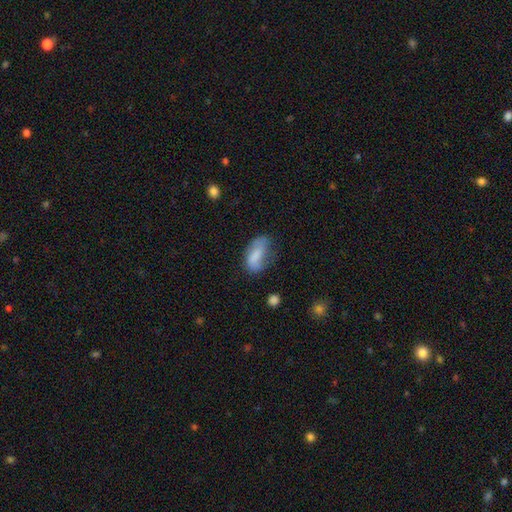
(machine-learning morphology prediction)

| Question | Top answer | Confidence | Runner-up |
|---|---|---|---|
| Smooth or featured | smooth | 72% | featured or disk (20%) |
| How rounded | in between | 88% | cigar-shaped (8%) |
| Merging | none | 51% | minor disturbance (32%) |